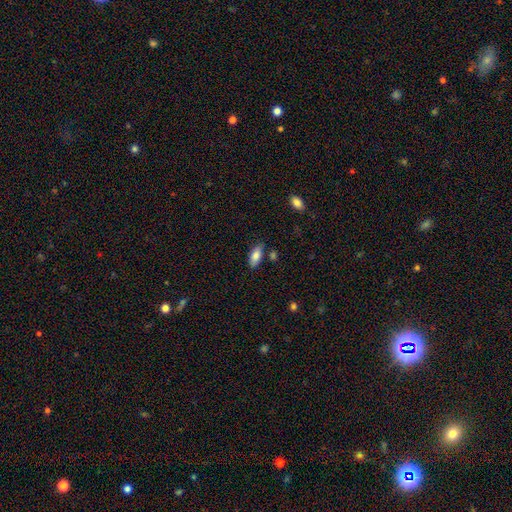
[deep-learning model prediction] A smooth galaxy with no disk features (81%) that is in between round and cigar-shaped (87%).

Vote fractions:
- Smooth or featured? smooth: 81% / featured or disk: 12% / star or artifact: 7%
- How rounded? in between: 87% / cigar-shaped: 10% / round: 2%
- Merging? none: 79% / minor disturbance: 14% / merger: 4% / major disturbance: 3%